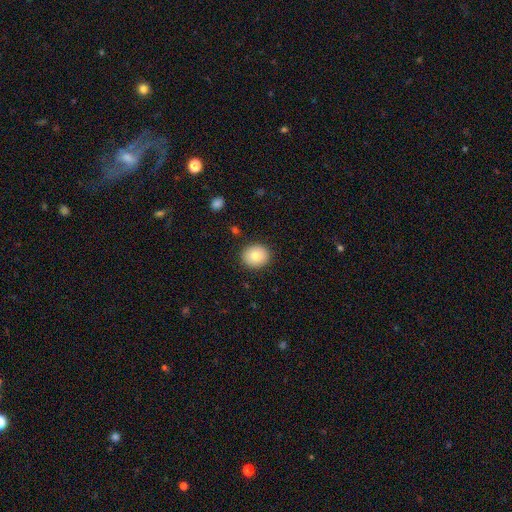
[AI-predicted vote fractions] Smooth or featured: smooth — 82% (featured or disk — 10%)
How rounded: round — 78% (in between — 21%)
Merging: none — 90% (minor disturbance — 7%)